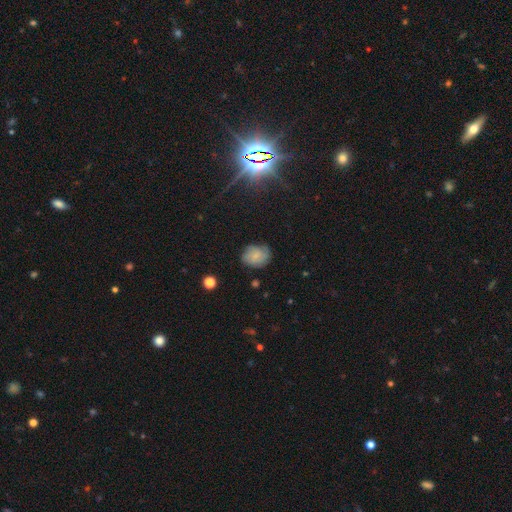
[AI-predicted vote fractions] smooth_or_featured: smooth (p=0.61) [alt: featured or disk p=0.28]
how_rounded: round (p=0.52) [alt: in between p=0.47]
merging: none (p=0.68) [alt: minor disturbance p=0.23]